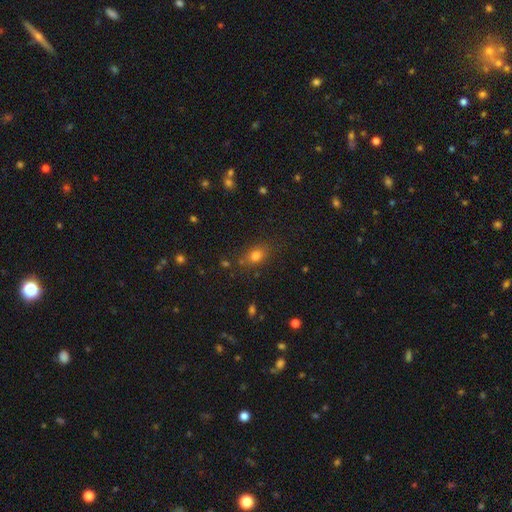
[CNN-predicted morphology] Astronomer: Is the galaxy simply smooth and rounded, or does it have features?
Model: smooth — 76%.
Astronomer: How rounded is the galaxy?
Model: in between — 64%.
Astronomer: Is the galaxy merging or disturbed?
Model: none — 74%.